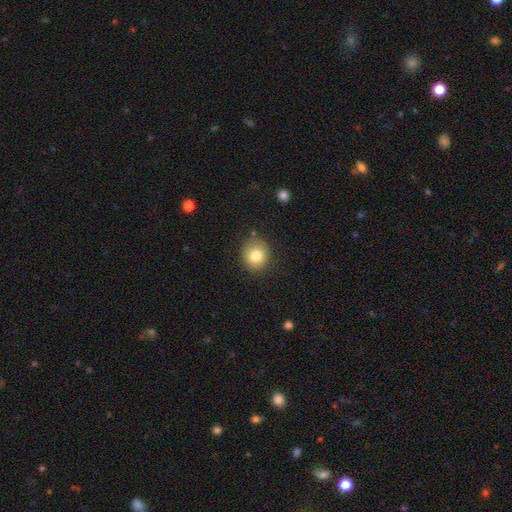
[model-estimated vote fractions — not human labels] The model was most divided on "how rounded": round: 77%, in between: 22%, cigar-shaped: 1%. More confident: merging — none (82%); smooth or featured — smooth (80%).